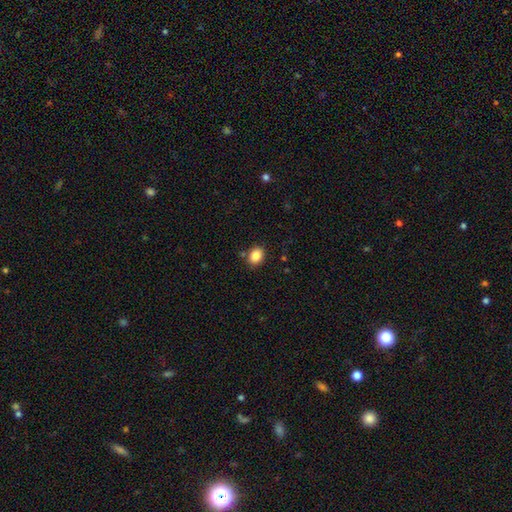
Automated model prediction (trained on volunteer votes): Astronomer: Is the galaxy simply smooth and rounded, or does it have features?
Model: smooth — 86%.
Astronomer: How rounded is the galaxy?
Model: in between — 55% (runner-up: round, 44%).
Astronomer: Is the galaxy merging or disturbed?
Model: none — 83%.